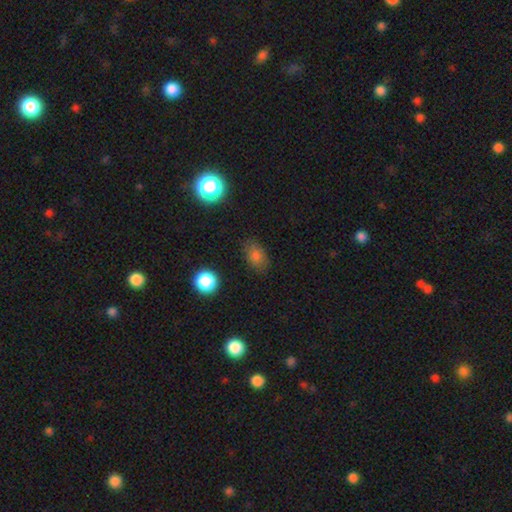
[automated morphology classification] smooth-or-featured: smooth: 78% | star or artifact: 15% | featured or disk: 7%
  how-rounded: in between: 80% | round: 18% | cigar-shaped: 2%
  merging: none: 81% | minor disturbance: 14% | major disturbance: 4% | merger: 1%